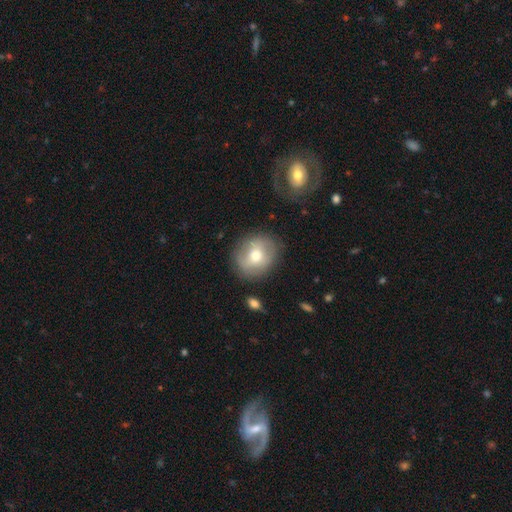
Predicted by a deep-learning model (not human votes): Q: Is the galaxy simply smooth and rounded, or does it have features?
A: smooth — 57%.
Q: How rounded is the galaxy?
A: round — 73%.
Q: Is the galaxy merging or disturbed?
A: none — 79%.